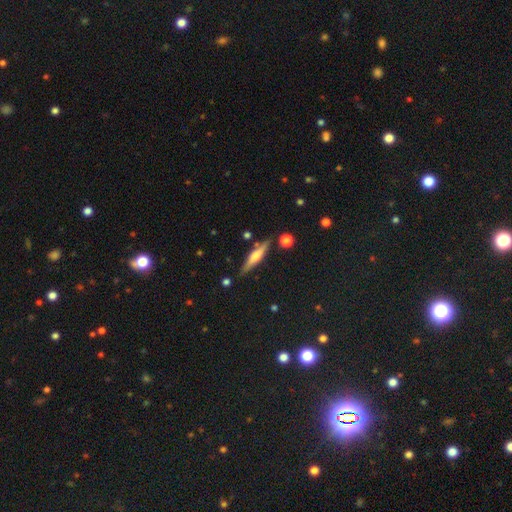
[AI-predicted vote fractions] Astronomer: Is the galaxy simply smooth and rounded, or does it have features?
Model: featured or disk — 54% (runner-up: smooth, 39%).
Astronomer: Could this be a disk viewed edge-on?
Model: yes — 95%.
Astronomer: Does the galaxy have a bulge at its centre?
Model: rounded — 71%.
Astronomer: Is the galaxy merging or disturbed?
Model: none — 82%.